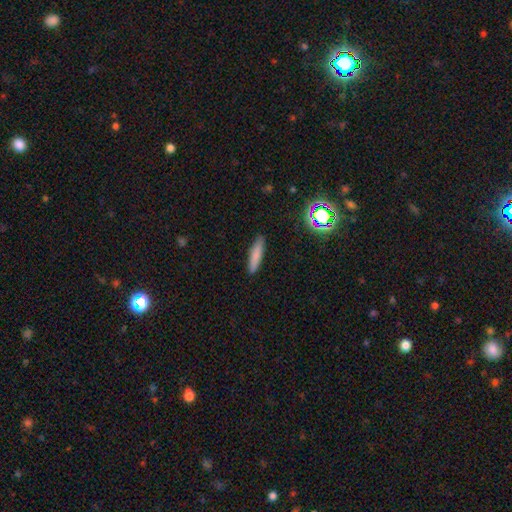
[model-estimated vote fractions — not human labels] This is likely a smooth galaxy (80%). How rounded: clearly cigar-shaped (83%). Merging: clearly none (88%).